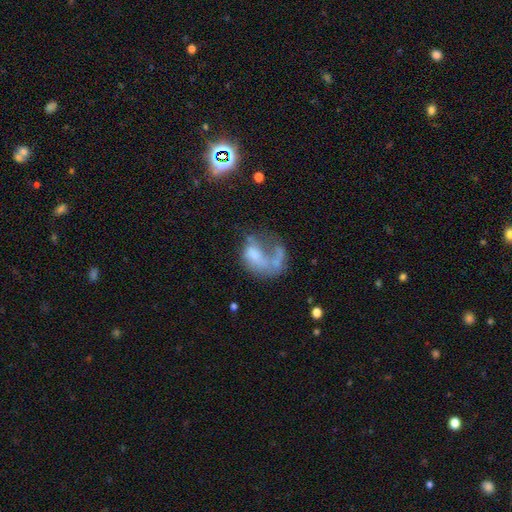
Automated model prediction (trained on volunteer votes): This appears to be a featured or disk galaxy (49%). Merging: major disturbance (47%).